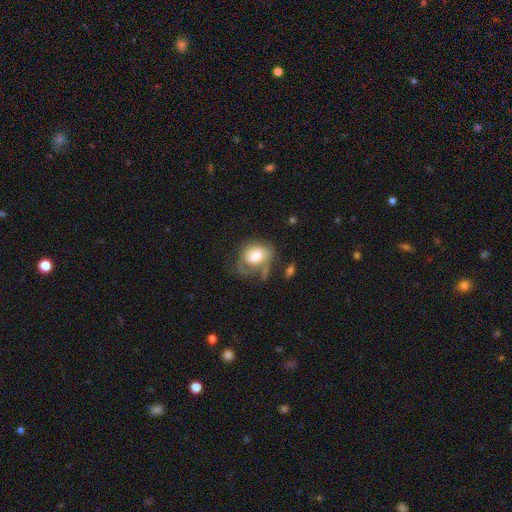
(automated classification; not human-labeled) Q: Smooth or featured?
A: smooth (62%); runner-up: featured or disk (30%)
Q: How rounded?
A: in between (59%); runner-up: round (40%)
Q: Merging?
A: major disturbance (36%); runner-up: none (30%)